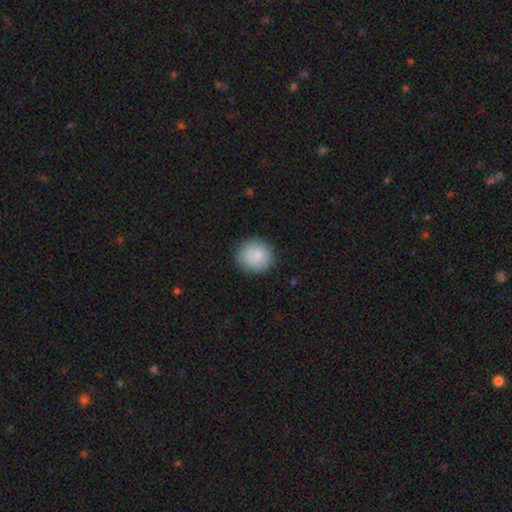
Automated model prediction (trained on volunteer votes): Smooth or featured: smooth — 84% (featured or disk — 9%)
How rounded: round — 85% (in between — 14%)
Merging: none — 85% (minor disturbance — 11%)